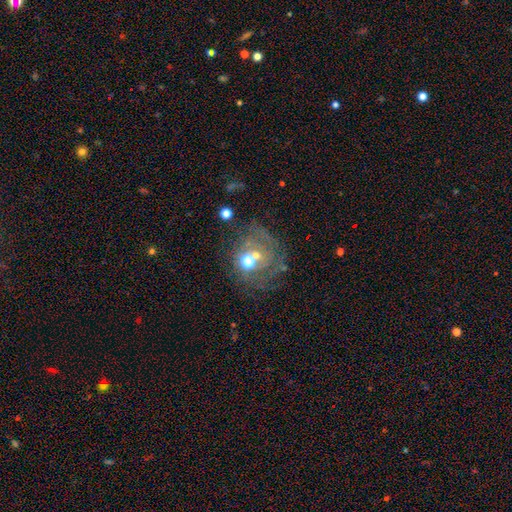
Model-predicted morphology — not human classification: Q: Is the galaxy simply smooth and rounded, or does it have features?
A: featured or disk — 44%.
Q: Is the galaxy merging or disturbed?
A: none — 56%.